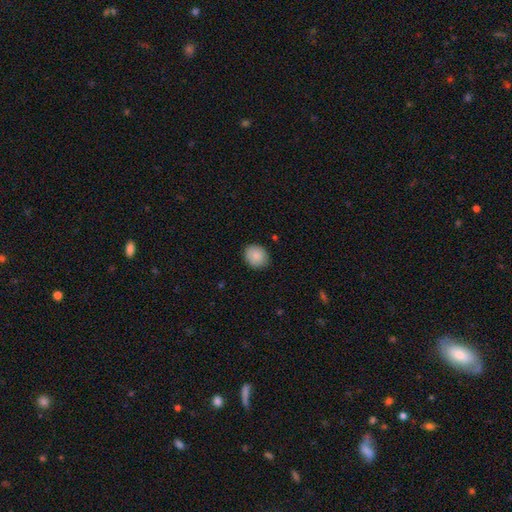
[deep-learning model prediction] Q: Smooth or featured?
A: smooth (87%); runner-up: star or artifact (7%)
Q: How rounded?
A: round (74%); runner-up: in between (25%)
Q: Merging?
A: none (86%); runner-up: minor disturbance (11%)